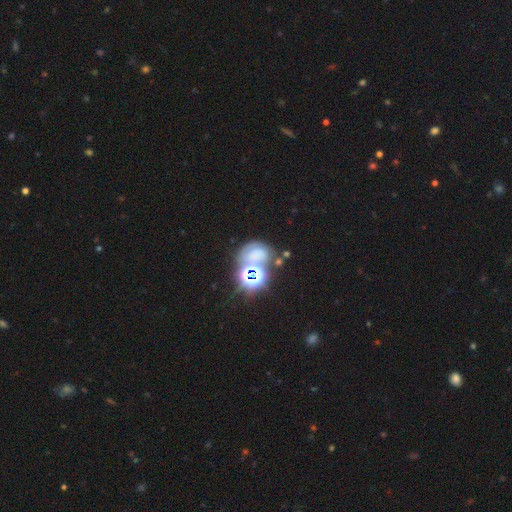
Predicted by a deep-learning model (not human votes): Q: Smooth or featured?
A: star or artifact (40%); runner-up: smooth (37%)